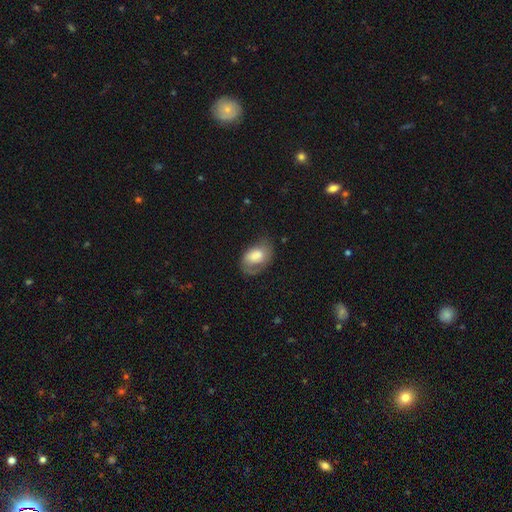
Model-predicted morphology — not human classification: Overall: smooth (61%; featured or disk 32%). How rounded: in between (86%). Merging: none (44%; minor disturbance 31%).